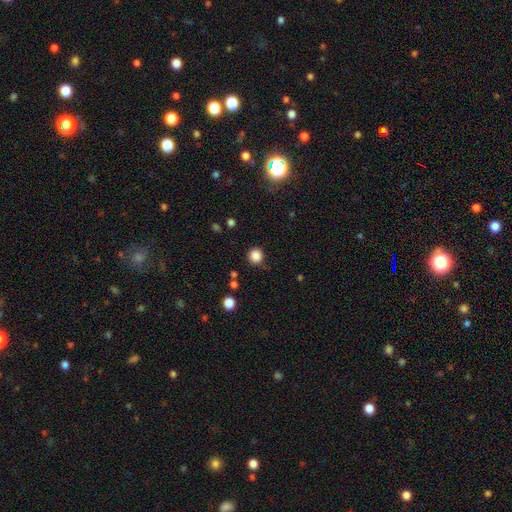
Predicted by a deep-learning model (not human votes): Q: Smooth or featured?
A: smooth (85%); runner-up: star or artifact (12%)
Q: How rounded?
A: round (91%); runner-up: in between (8%)
Q: Merging?
A: none (86%); runner-up: minor disturbance (9%)